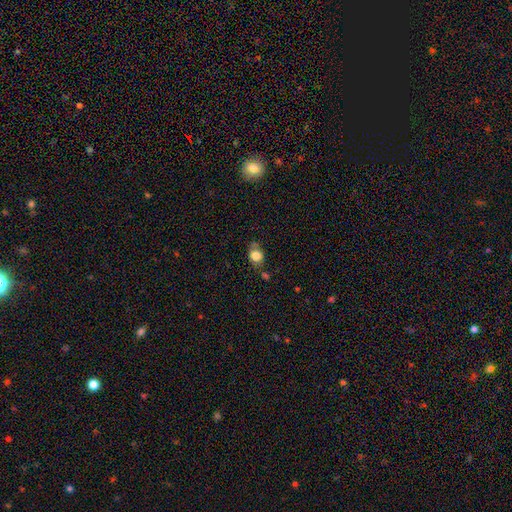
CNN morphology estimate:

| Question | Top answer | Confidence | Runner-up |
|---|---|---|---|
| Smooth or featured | smooth | 79% | featured or disk (11%) |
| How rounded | in between | 53% | round (46%) |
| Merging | none | 58% | minor disturbance (25%) |